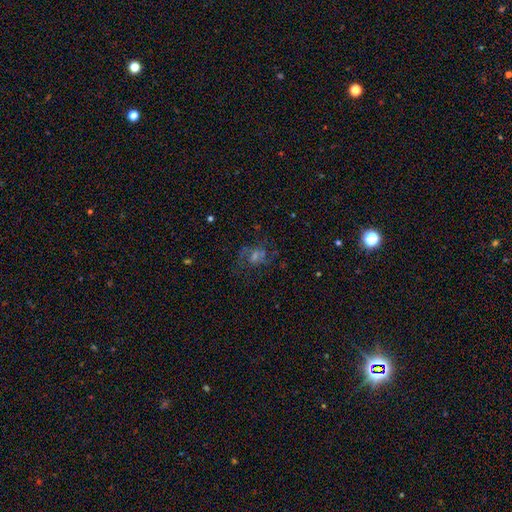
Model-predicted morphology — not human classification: This appears to be a featured or disk galaxy (51%). Merging: none (59%).